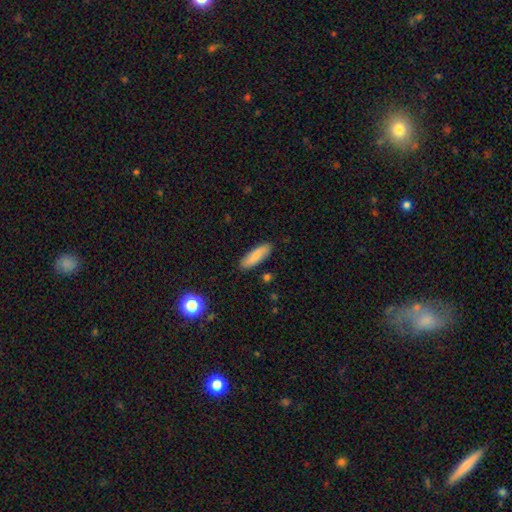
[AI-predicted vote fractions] smooth_or_featured: smooth (p=0.80) [alt: featured or disk p=0.13]
how_rounded: in between (p=0.51) [alt: cigar-shaped p=0.46]
merging: none (p=0.87) [alt: minor disturbance p=0.09]